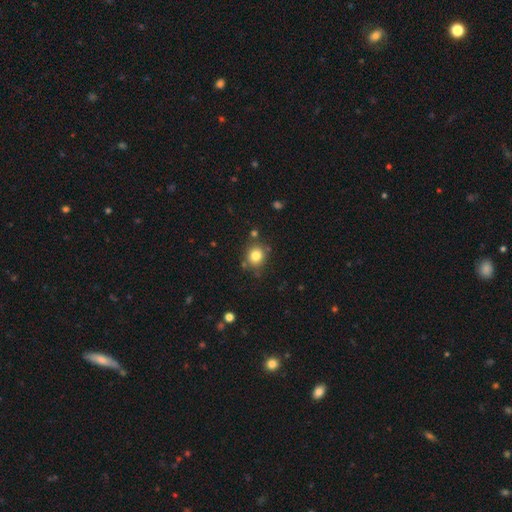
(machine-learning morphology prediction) Overall: smooth (80%). How rounded: round (80%). Merging: none (78%).